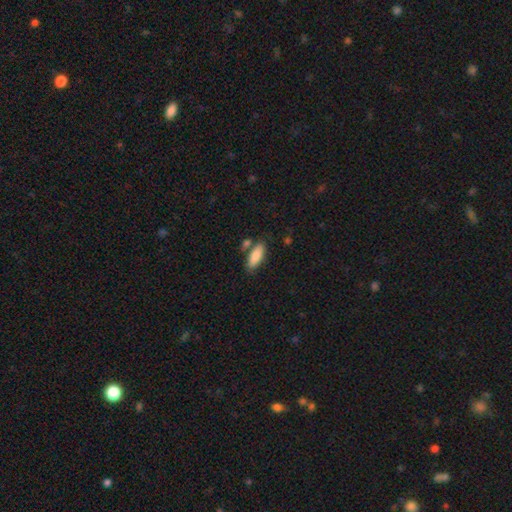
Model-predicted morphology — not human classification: Smooth or featured? Predicted: smooth (p=0.85). How rounded? Predicted: in between (p=0.68). Merging? Predicted: none (p=0.72).